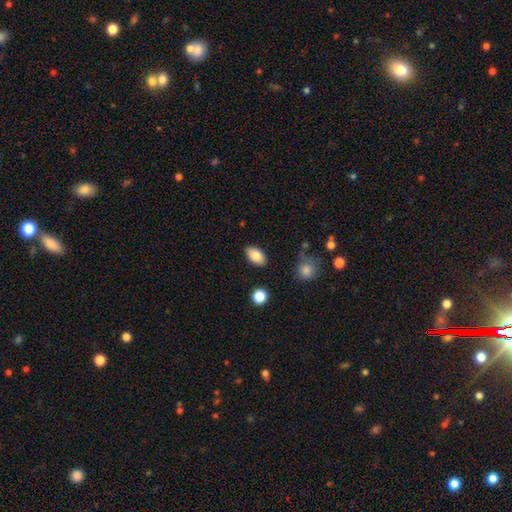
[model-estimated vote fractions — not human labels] smooth 84%, featured or disk 9%, star or artifact 8%. Down the decision tree: how rounded — in between (92%); merging — none (85%).